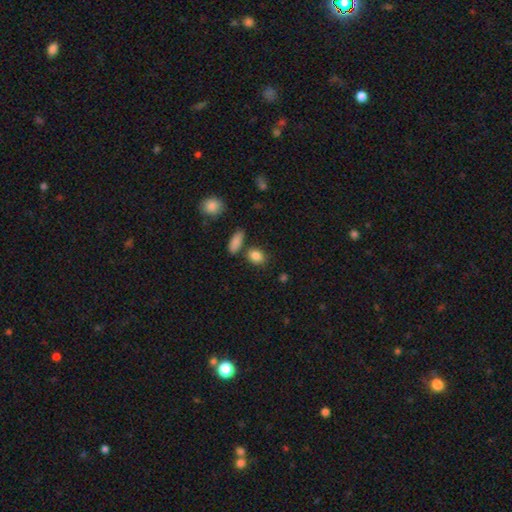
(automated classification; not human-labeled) Smooth or featured? smooth (87%)
How rounded? in between (63%)
Merging? none (72%)